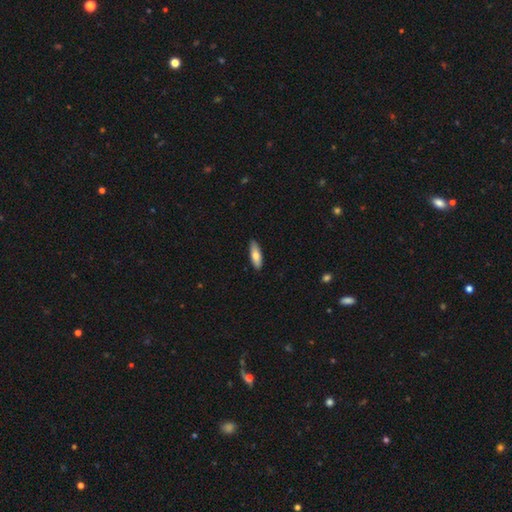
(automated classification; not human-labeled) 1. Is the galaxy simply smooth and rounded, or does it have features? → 75% smooth, 20% featured or disk, 5% star or artifact.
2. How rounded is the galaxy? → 53% in between, 45% cigar-shaped, 2% round.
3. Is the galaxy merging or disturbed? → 88% none, 10% minor disturbance, 2% major disturbance, 1% merger.